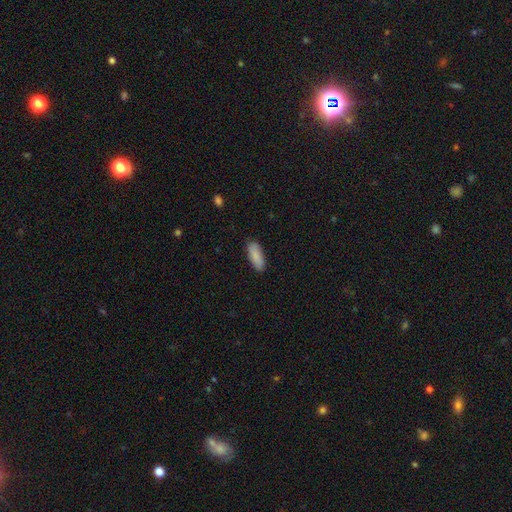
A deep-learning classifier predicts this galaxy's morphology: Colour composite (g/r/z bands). It shows a smooth galaxy with no disk features (88%) that is in between round and cigar-shaped (73%). Merging: none (87%).